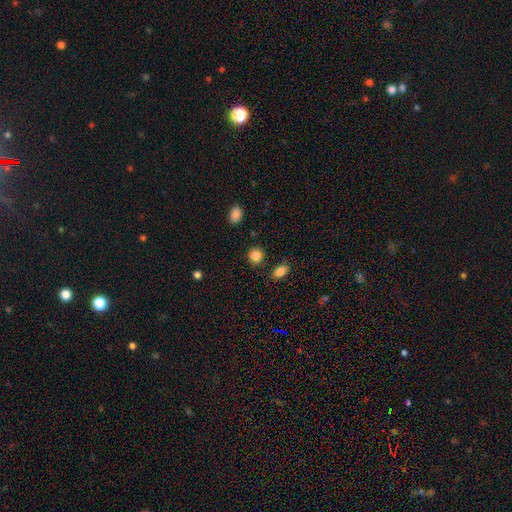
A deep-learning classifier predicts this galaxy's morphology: This appears to be a smooth galaxy with no disk features (86%) that is round (85%). Merging: none (85%).